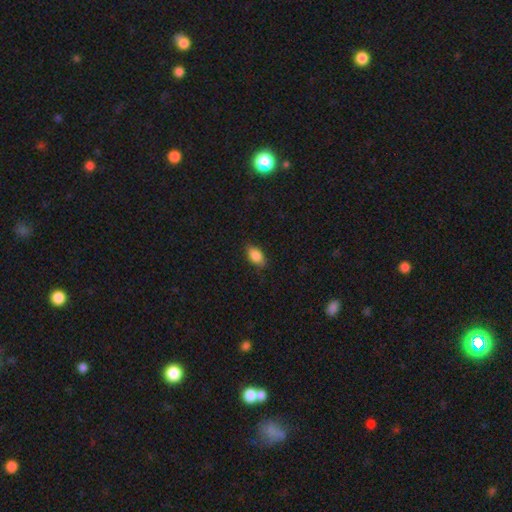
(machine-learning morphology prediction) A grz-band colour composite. It shows a smooth galaxy with no disk features (85%) that is in between round and cigar-shaped (88%). Merging: none (82%).